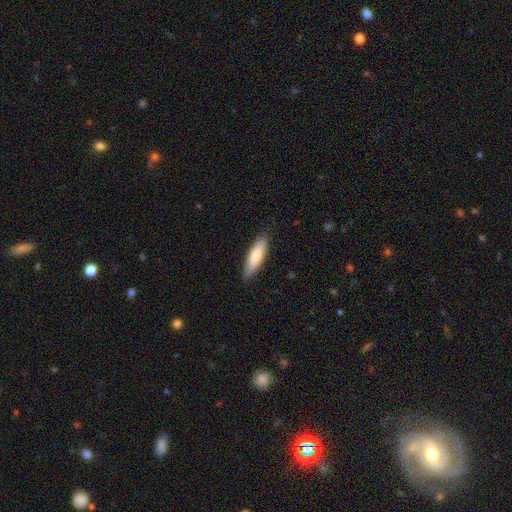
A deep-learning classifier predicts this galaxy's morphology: Smooth or featured: smooth — 80% (featured or disk — 15%)
How rounded: cigar-shaped — 59% (in between — 40%)
Merging: none — 85% (minor disturbance — 12%)